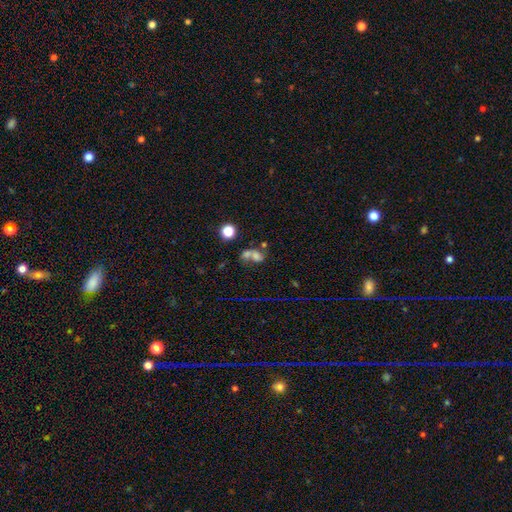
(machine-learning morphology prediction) type=smooth (56%); roundness=in between (55%); merging=merger (57%).